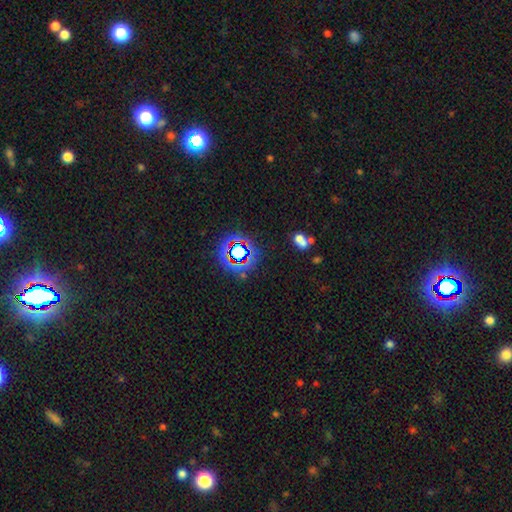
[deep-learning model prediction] smooth_or_featured: star or artifact (p=0.65) [alt: smooth p=0.25]